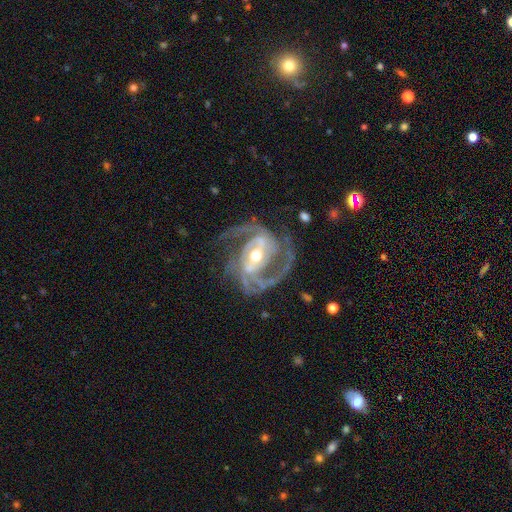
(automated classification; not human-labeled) Overall: featured or disk (92%). Edge-on disk: no (98%). Bar: strong (46%; weak 36%). Spiral arms: yes (98%). Spiral arm count: 2 (60%; 3 21%). Spiral winding: medium (55%; tight 29%). Bulge size: moderate (67%). Merging: none (66%).